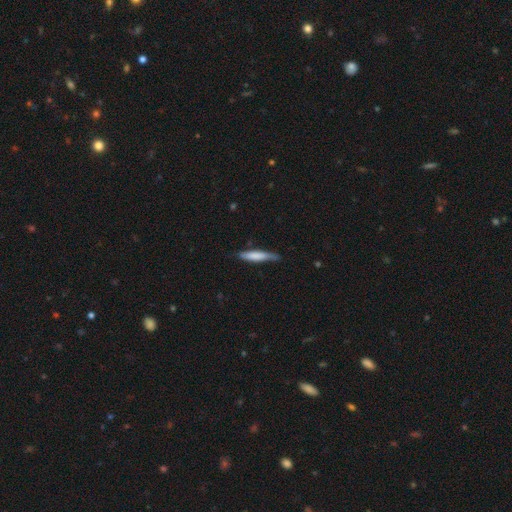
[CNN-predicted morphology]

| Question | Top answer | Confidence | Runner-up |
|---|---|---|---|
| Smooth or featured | smooth | 70% | featured or disk (25%) |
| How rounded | cigar-shaped | 89% | in between (10%) |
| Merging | none | 72% | minor disturbance (22%) |